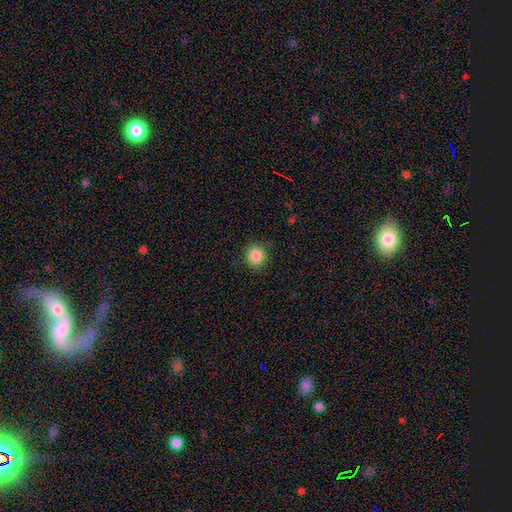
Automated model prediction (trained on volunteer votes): The model was most divided on "smooth or featured": smooth: 87%, star or artifact: 9%, featured or disk: 4%. More confident: merging — none (89%); how rounded — round (89%).